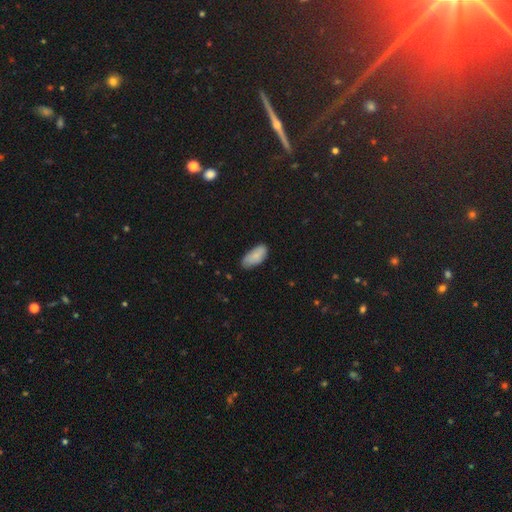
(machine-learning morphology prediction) Q: Smooth or featured?
A: smooth (81%); runner-up: featured or disk (12%)
Q: How rounded?
A: in between (90%); runner-up: cigar-shaped (8%)
Q: Merging?
A: none (68%); runner-up: minor disturbance (26%)